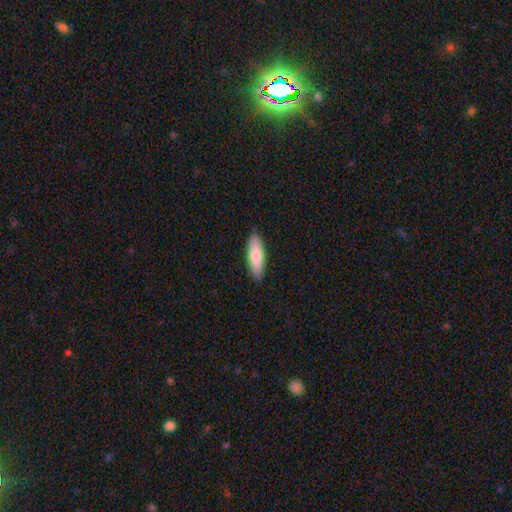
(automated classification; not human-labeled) The model was most divided on "how rounded": in between: 57%, cigar-shaped: 41%, round: 2%. More confident: merging — none (87%); smooth or featured — smooth (78%).